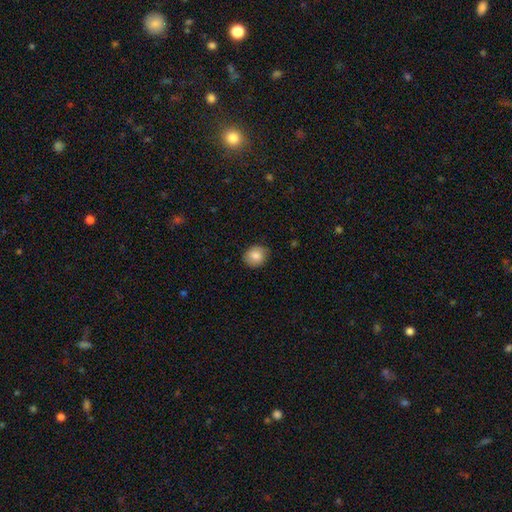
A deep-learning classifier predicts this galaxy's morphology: Smooth or featured?
  - smooth: 82% *
  - featured or disk: 10%
  - star or artifact: 8%
How rounded?
  - round: 70% *
  - in between: 29%
  - cigar-shaped: 1%
Merging?
  - none: 83% *
  - minor disturbance: 13%
  - major disturbance: 2%
  - merger: 1%